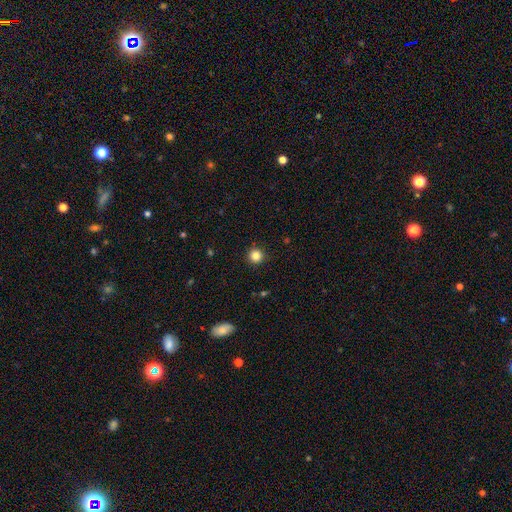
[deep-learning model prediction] Morphology: type=smooth (84%); roundness=round (95%); merging=none (92%).